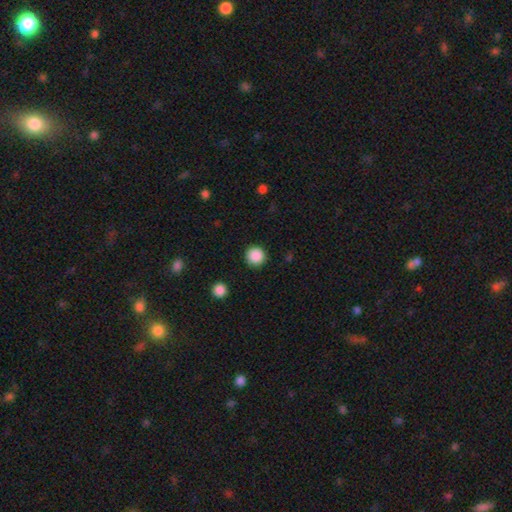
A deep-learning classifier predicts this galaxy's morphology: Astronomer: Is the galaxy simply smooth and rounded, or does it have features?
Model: smooth — 88%.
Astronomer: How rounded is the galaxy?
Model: round — 95%.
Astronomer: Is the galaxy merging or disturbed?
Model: none — 92%.